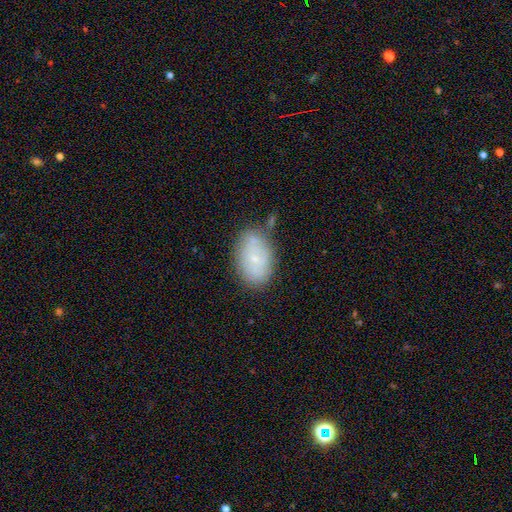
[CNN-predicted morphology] Smooth or featured?
  - smooth: 61% *
  - featured or disk: 25%
  - star or artifact: 14%
How rounded?
  - in between: 90% *
  - round: 9%
  - cigar-shaped: 2%
Merging?
  - none: 73% *
  - minor disturbance: 18%
  - merger: 5%
  - major disturbance: 4%